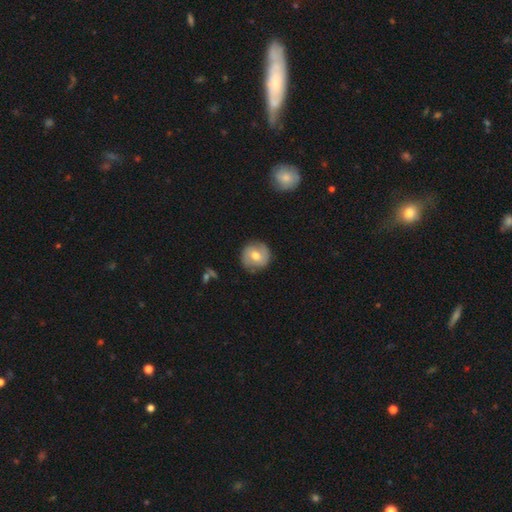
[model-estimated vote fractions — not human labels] smooth-or-featured: smooth: 50% | featured or disk: 42% | star or artifact: 7%
  how-rounded: round: 89% | in between: 10% | cigar-shaped: 1%
  merging: none: 83% | minor disturbance: 12% | major disturbance: 3% | merger: 1%